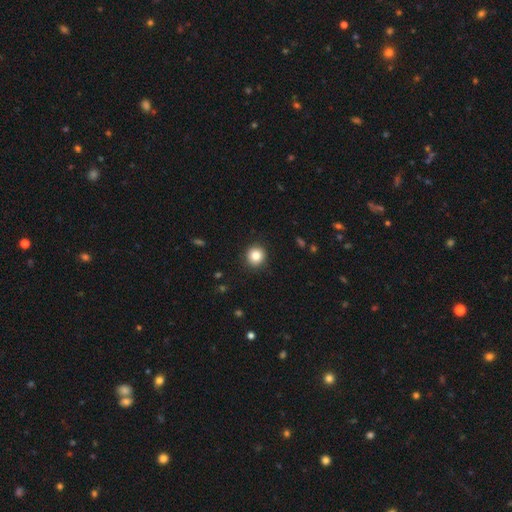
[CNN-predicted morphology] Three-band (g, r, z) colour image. It shows a smooth galaxy with no disk features (84%) that is round (92%). Merging: none (91%).